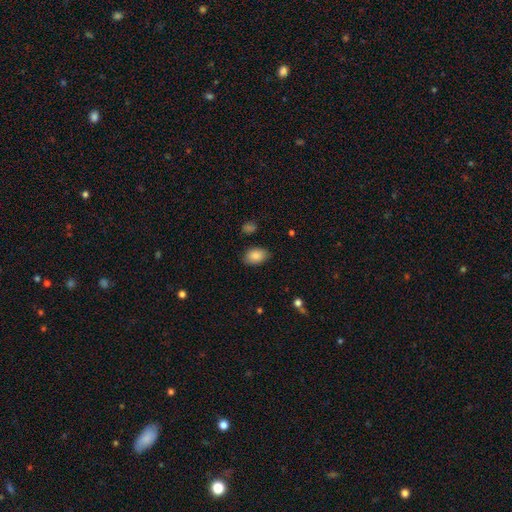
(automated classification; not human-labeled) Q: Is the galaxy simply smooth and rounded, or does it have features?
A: smooth — 87%.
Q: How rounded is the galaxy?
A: in between — 87%.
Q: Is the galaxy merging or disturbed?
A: none — 83%.